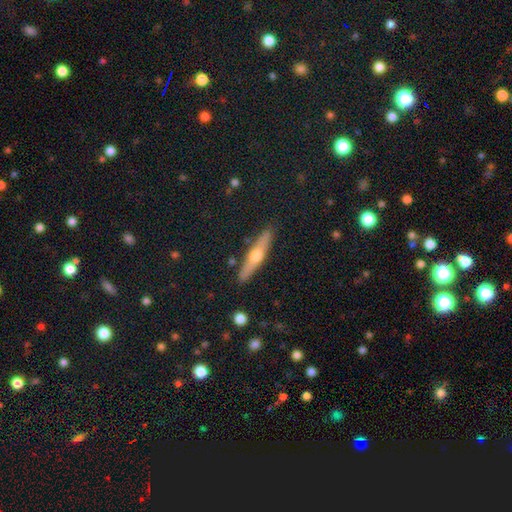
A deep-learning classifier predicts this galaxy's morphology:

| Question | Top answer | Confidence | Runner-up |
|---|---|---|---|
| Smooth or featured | featured or disk | 61% | smooth (31%) |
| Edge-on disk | yes | 95% | no (5%) |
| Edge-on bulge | rounded | 91% | none (5%) |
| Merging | none | 89% | minor disturbance (7%) |